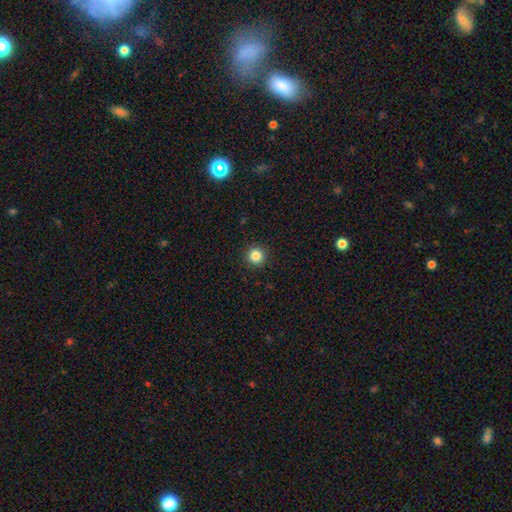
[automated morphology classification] The model was most divided on "smooth or featured": smooth: 84%, star or artifact: 12%, featured or disk: 4%. More confident: how rounded — round (95%); merging — none (93%).